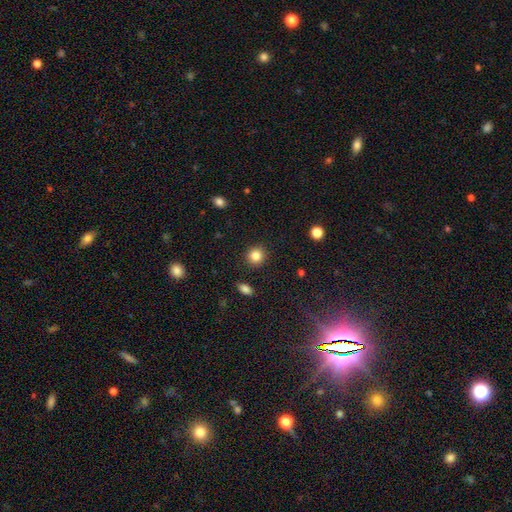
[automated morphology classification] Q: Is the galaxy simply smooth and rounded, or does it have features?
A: smooth — 85%.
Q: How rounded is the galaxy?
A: round — 89%.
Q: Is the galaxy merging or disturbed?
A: none — 91%.